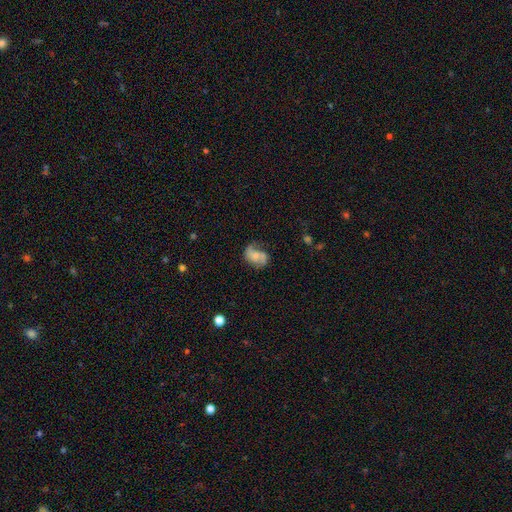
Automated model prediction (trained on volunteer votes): Smooth or featured?
  - featured or disk: 57% *
  - smooth: 34%
  - star or artifact: 9%
Edge-on disk?
  - no: 97% *
  - yes: 3%
Bar?
  - no: 67% *
  - weak: 27%
  - strong: 6%
Spiral arms?
  - yes: 84% *
  - no: 16%
Bulge size?
  - small: 32% * (tied)
  - moderate: 32% * (tied)
  - none: 24%
  - large: 9%
  - dominant: 2%
Merging?
  - none: 50% *
  - minor disturbance: 25%
  - major disturbance: 17%
  - merger: 7%